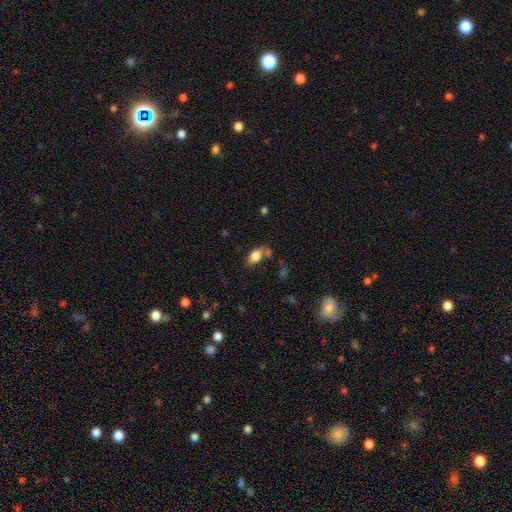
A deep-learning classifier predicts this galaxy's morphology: A smooth galaxy with no disk features (80%) that is in between round and cigar-shaped (88%). Merging: none (53%).